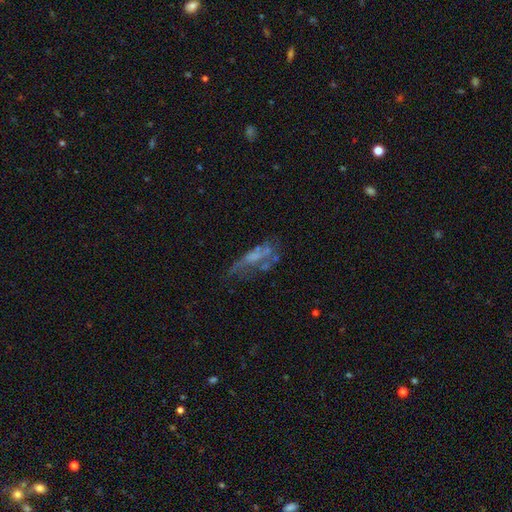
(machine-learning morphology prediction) Smooth or featured: featured or disk — 54% (smooth — 30%)
Edge-on disk: no — 86% (yes — 14%)
Merging: major disturbance — 36% (none — 33%)